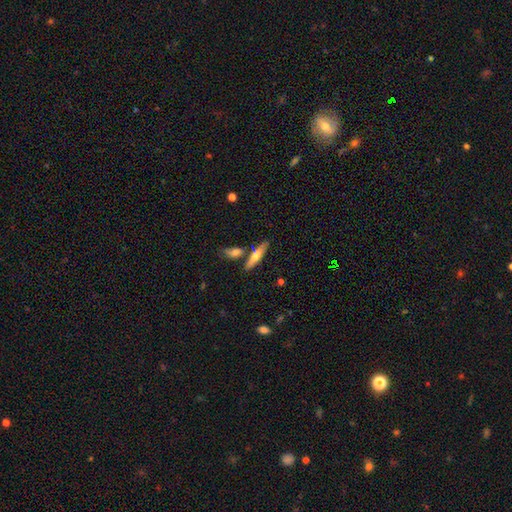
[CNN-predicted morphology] Smooth or featured: smooth — 53% (featured or disk — 40%)
How rounded: cigar-shaped — 76% (in between — 21%)
Merging: none — 72% (merger — 15%)